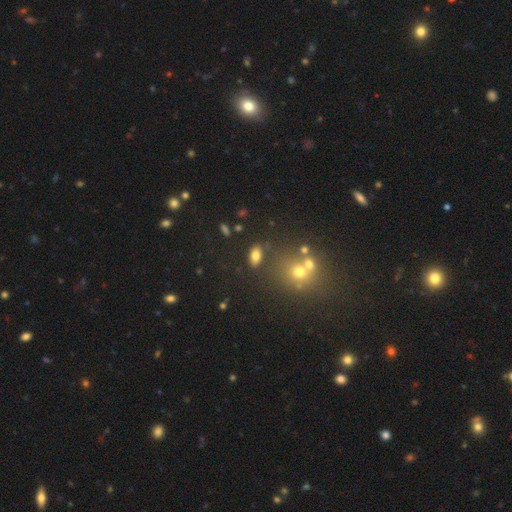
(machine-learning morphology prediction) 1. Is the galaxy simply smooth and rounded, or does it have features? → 76% smooth, 13% star or artifact, 11% featured or disk.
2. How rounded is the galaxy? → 87% in between, 9% round, 4% cigar-shaped.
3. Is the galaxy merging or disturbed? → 79% none, 11% minor disturbance, 6% merger, 4% major disturbance.